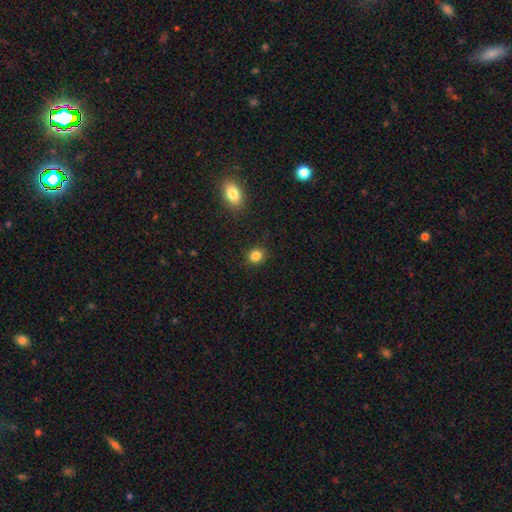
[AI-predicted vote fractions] This appears to be a smooth galaxy with no disk features (85%) that is round (83%). Merging: none (89%).